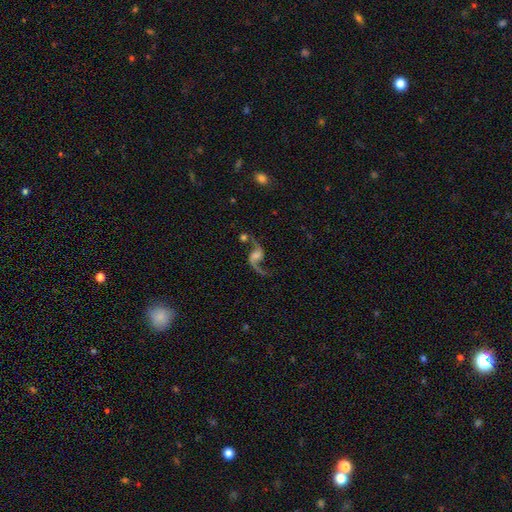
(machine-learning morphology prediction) Smooth or featured? Predicted: featured or disk (p=0.88). Edge-on disk? Predicted: no (p=0.97). Bar? Predicted: no (p=0.55). Spiral arms? Predicted: yes (p=0.97). Spiral winding? Predicted: loose (p=0.88). Spiral arm count? Predicted: 2 (p=0.92). Bulge size? Predicted: moderate (p=0.32). Merging? Predicted: none (p=0.64).